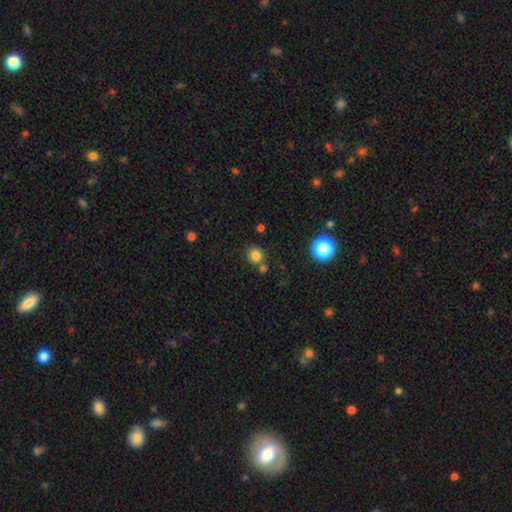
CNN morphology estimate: Q: Smooth or featured?
A: smooth (81%); runner-up: star or artifact (14%)
Q: How rounded?
A: round (90%); runner-up: in between (9%)
Q: Merging?
A: none (74%); runner-up: merger (15%)